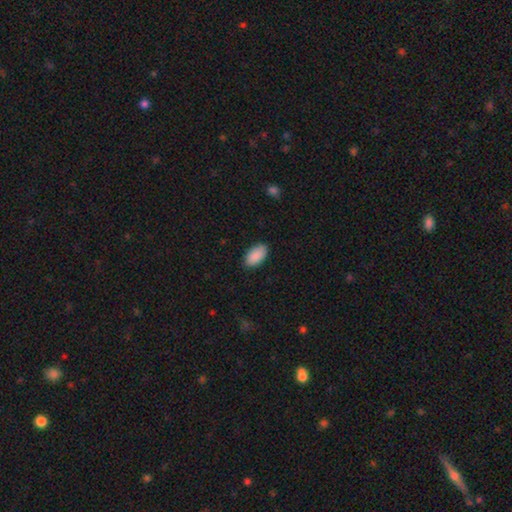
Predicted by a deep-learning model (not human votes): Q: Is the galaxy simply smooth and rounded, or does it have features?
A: smooth — 90%.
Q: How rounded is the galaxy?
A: in between — 95%.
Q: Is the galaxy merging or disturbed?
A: none — 87%.